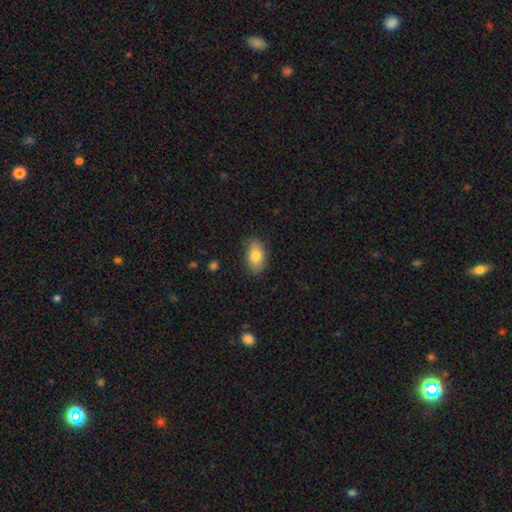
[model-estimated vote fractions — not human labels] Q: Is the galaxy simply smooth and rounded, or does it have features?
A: smooth — 81%.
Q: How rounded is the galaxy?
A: in between — 90%.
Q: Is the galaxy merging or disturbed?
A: none — 83%.